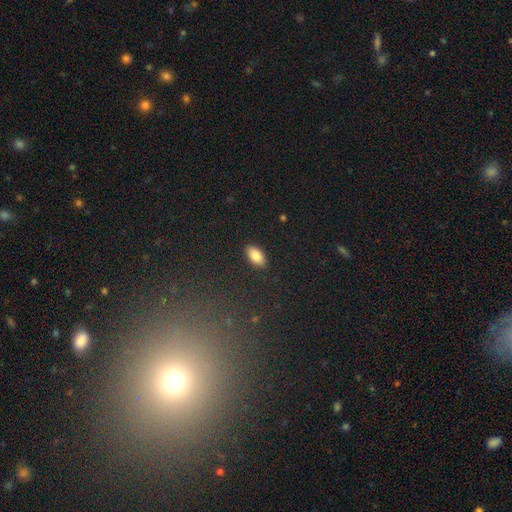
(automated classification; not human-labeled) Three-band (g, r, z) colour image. It shows a smooth galaxy with no disk features (86%) that is in between round and cigar-shaped (93%). Merging: none (89%).